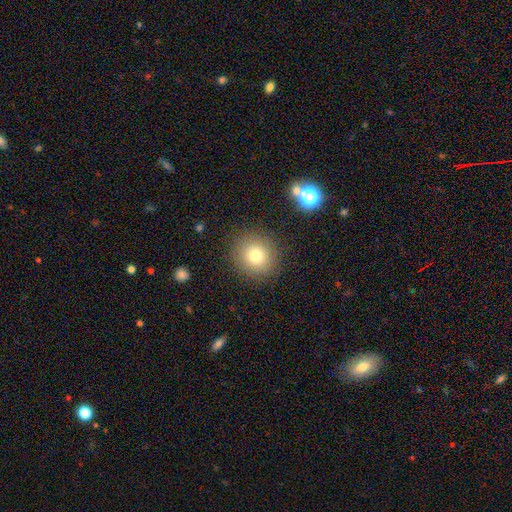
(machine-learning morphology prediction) The model was most divided on "smooth or featured": smooth: 76%, star or artifact: 13%, featured or disk: 10%. More confident: how rounded — round (92%); merging — none (88%).